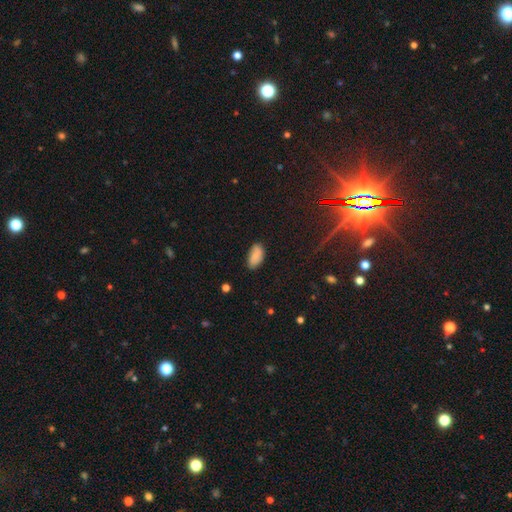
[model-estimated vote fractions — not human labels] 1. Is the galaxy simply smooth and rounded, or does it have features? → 78% smooth, 13% featured or disk, 9% star or artifact.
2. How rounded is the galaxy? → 94% in between, 3% cigar-shaped, 3% round.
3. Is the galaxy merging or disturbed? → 77% none, 18% minor disturbance, 3% major disturbance, 2% merger.